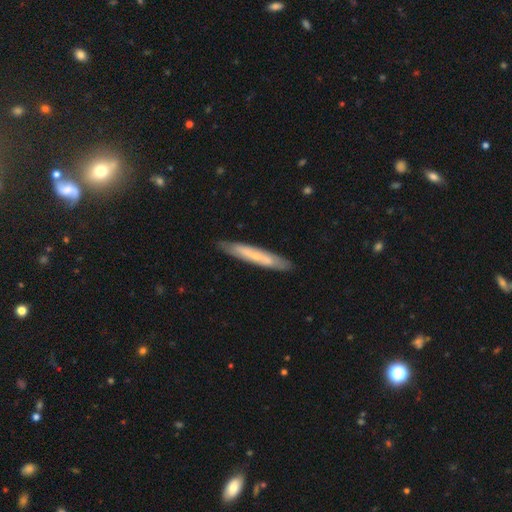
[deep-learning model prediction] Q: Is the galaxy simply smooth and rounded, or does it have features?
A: smooth — 47%, tied with featured or disk.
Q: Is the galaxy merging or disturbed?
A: none — 83%.